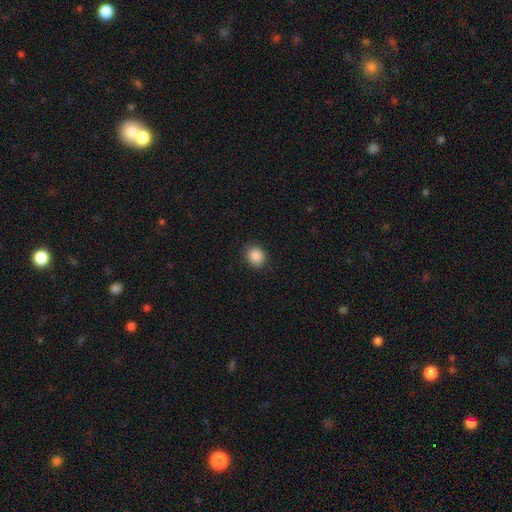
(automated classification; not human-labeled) A smooth galaxy with no disk features (88%) that is round (67%). Merging: none (88%).